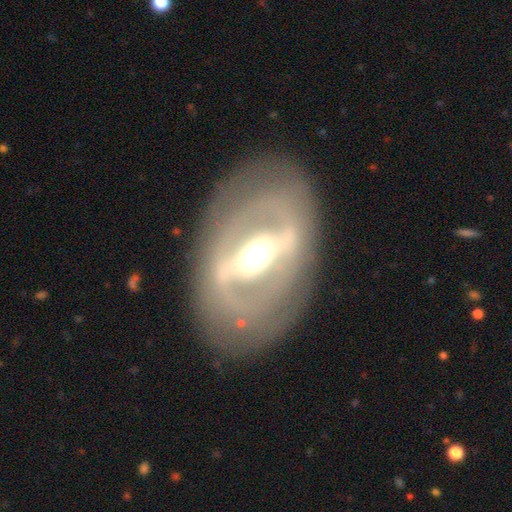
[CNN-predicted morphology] Smooth or featured?
  - featured or disk: 79% *
  - smooth: 15%
  - star or artifact: 6%
Edge-on disk?
  - no: 88% *
  - yes: 12%
Bar?
  - strong: 66% *
  - weak: 21%
  - no: 13%
Spiral arms?
  - no: 52% *
  - yes: 48%
Bulge size?
  - moderate: 59% *
  - large: 27%
  - small: 8%
  - dominant: 5%
  - none: 1%
Merging?
  - none: 72% *
  - minor disturbance: 15%
  - major disturbance: 12%
  - merger: 2%